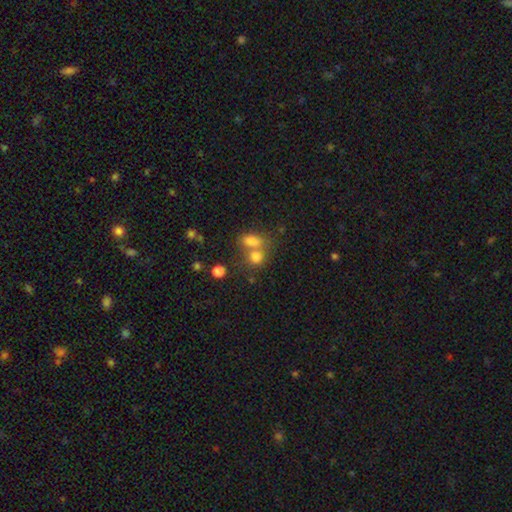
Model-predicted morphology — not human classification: Overall: smooth (73%). How rounded: round (50%; in between 48%). Merging: merger (51%; none 36%).